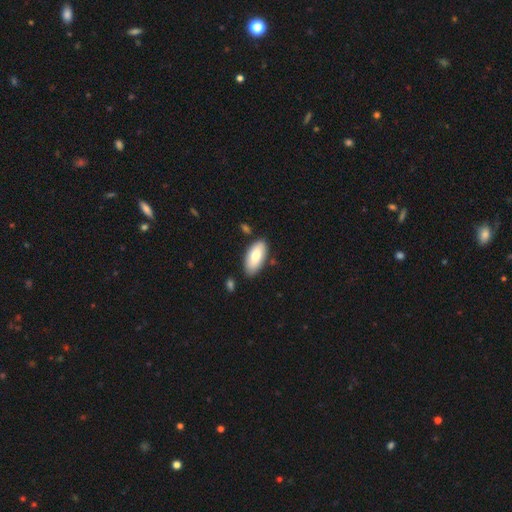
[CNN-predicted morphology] A smooth galaxy with no disk features (78%) that is in between round and cigar-shaped (92%).

Vote fractions:
- Smooth or featured? smooth: 78% / featured or disk: 17% / star or artifact: 6%
- How rounded? in between: 92% / cigar-shaped: 6% / round: 2%
- Merging? none: 80% / minor disturbance: 14% / merger: 4% / major disturbance: 3%